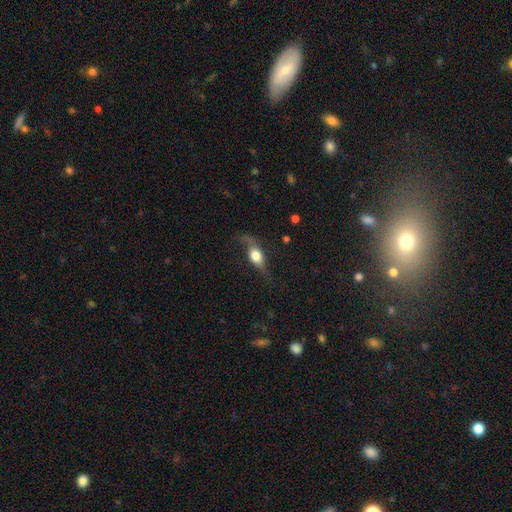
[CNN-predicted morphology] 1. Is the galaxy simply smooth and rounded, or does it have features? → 50% smooth, 42% featured or disk, 8% star or artifact.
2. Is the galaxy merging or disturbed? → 49% none, 25% minor disturbance, 23% major disturbance, 3% merger.